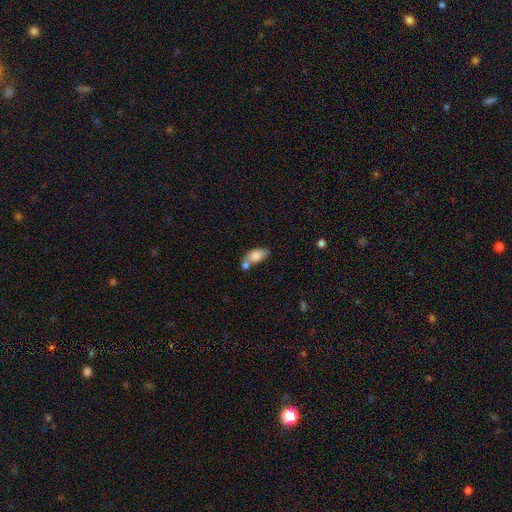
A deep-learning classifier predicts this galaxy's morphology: smooth 82%, featured or disk 10%, star or artifact 7%. Down the decision tree: how rounded — in between (91%); merging — none (41%).